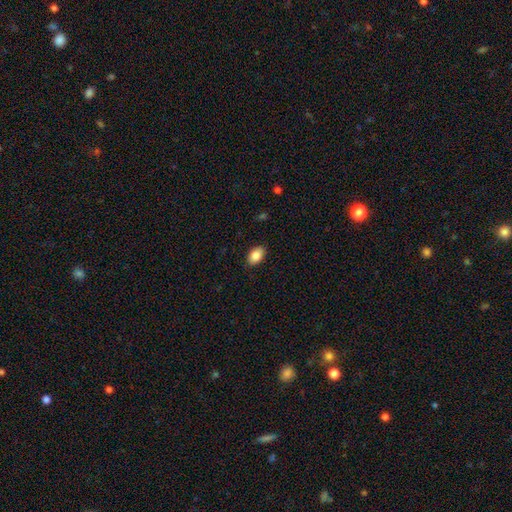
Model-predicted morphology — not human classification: Overall: smooth (86%). How rounded: in between (90%). Merging: none (88%).